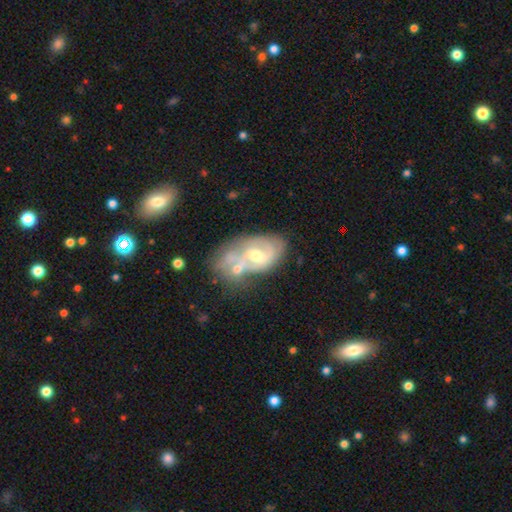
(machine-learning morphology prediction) Q: Smooth or featured?
A: featured or disk (73%); runner-up: smooth (20%)
Q: Edge-on disk?
A: no (96%); runner-up: yes (4%)
Q: Bar?
A: no (48%); runner-up: weak (40%)
Q: Spiral arms?
A: yes (69%); runner-up: no (31%)
Q: Bulge size?
A: moderate (69%); runner-up: small (22%)
Q: Merging?
A: merger (39%); runner-up: none (30%)